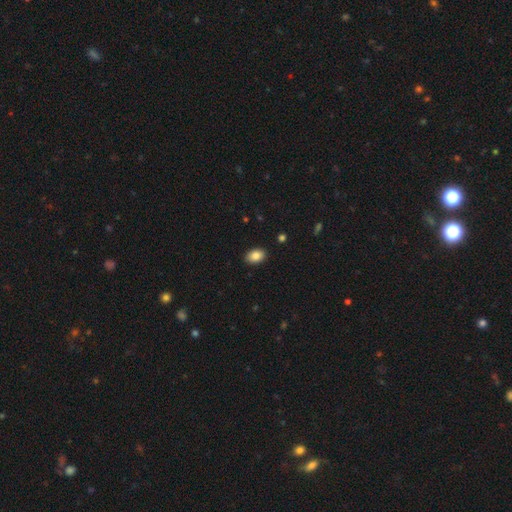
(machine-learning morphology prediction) Smooth or featured? smooth (86%)
How rounded? in between (85%)
Merging? none (90%)